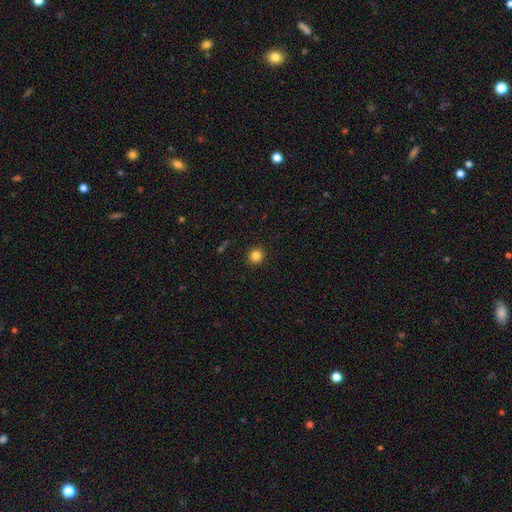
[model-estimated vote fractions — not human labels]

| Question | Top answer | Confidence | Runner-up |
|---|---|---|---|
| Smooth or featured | smooth | 83% | star or artifact (12%) |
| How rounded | round | 93% | in between (6%) |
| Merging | none | 92% | minor disturbance (5%) |